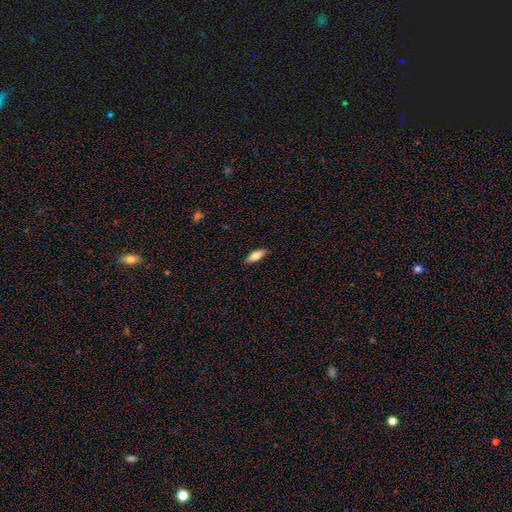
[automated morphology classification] This is likely a smooth galaxy (73%). How rounded: likely in between (65%). Merging: clearly none (87%).